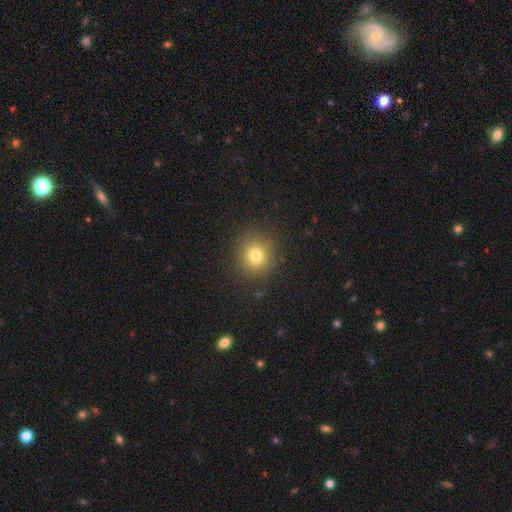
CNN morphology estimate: Smooth or featured? Predicted: smooth (p=0.77). How rounded? Predicted: round (p=0.90). Merging? Predicted: none (p=0.88).